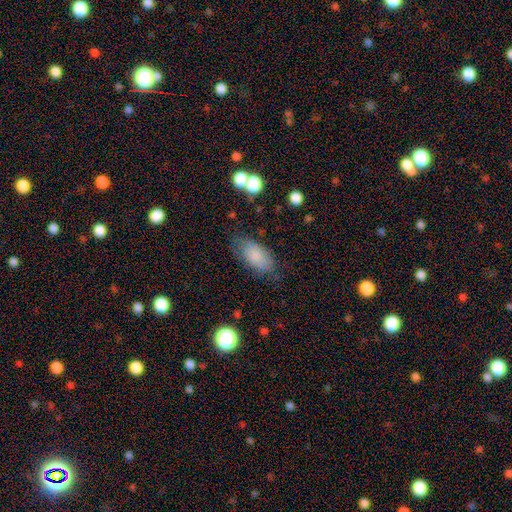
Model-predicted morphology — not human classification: A smooth galaxy with no disk features (81%) that is in between round and cigar-shaped (91%).

Vote fractions:
- Smooth or featured? smooth: 81% / featured or disk: 11% / star or artifact: 8%
- How rounded? in between: 91% / cigar-shaped: 6% / round: 4%
- Merging? none: 71% / minor disturbance: 20% / major disturbance: 6% / merger: 2%